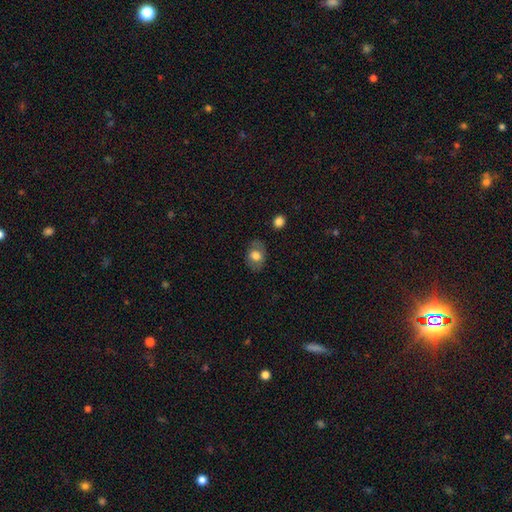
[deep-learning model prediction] Overall: smooth (72%). How rounded: in between (72%). Merging: none (78%).